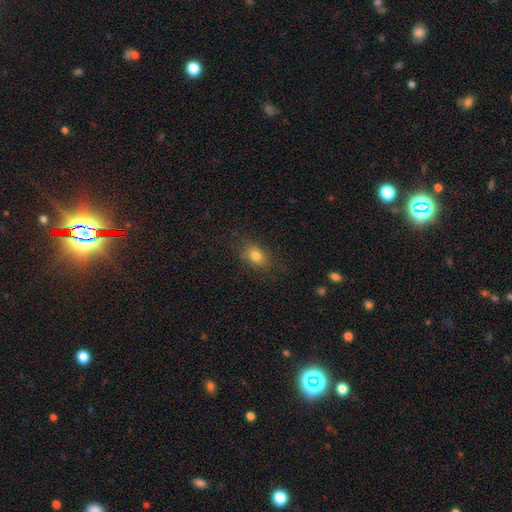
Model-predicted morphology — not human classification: A smooth galaxy with no disk features (79%) that is in between round and cigar-shaped (68%).

Vote fractions:
- Smooth or featured? smooth: 79% / star or artifact: 12% / featured or disk: 10%
- How rounded? in between: 68% / round: 28% / cigar-shaped: 3%
- Merging? none: 78% / minor disturbance: 15% / major disturbance: 5% / merger: 1%